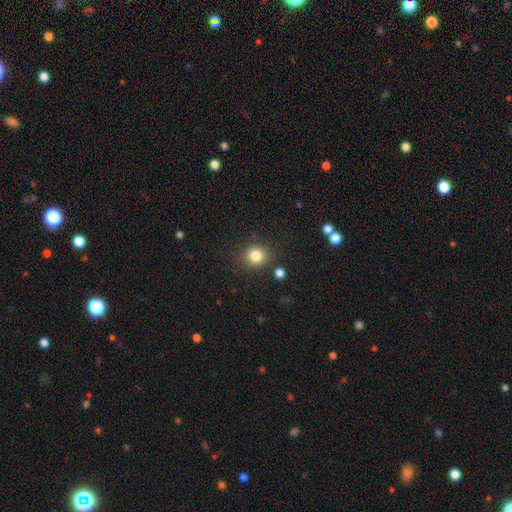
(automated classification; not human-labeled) smooth 82%, star or artifact 12%, featured or disk 6%. Down the decision tree: how rounded — round (85%); merging — none (85%).